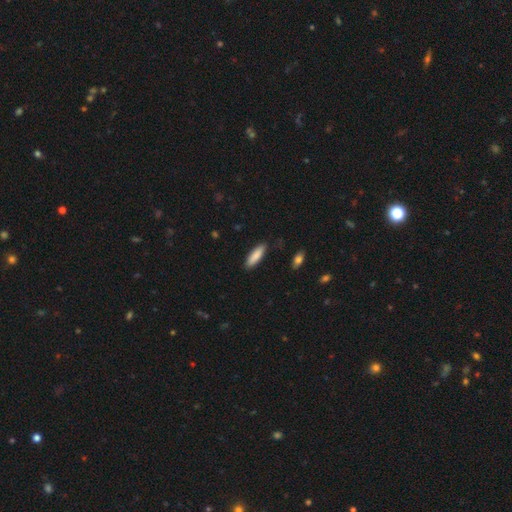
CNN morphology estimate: Smooth or featured?
  - smooth: 86% *
  - featured or disk: 8%
  - star or artifact: 6%
How rounded?
  - cigar-shaped: 59% *
  - in between: 39%
  - round: 1%
Merging?
  - none: 87% *
  - minor disturbance: 10%
  - major disturbance: 2%
  - merger: 1%